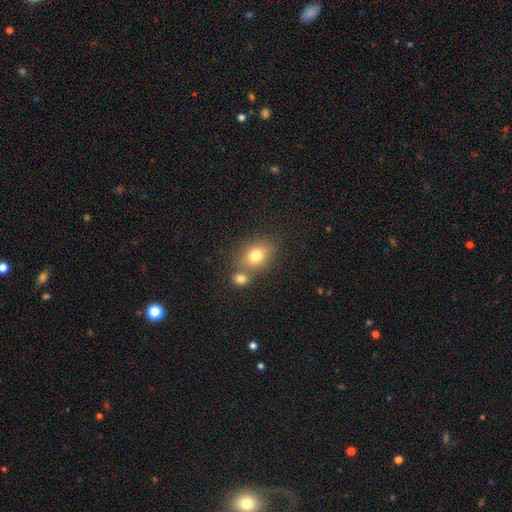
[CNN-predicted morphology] A smooth galaxy with no disk features (78%) that is in between round and cigar-shaped (53%).

Vote fractions:
- Smooth or featured? smooth: 78% / star or artifact: 11% / featured or disk: 11%
- How rounded? in between: 53% / round: 45% / cigar-shaped: 1%
- Merging? none: 56% / merger: 30% / minor disturbance: 11% / major disturbance: 4%